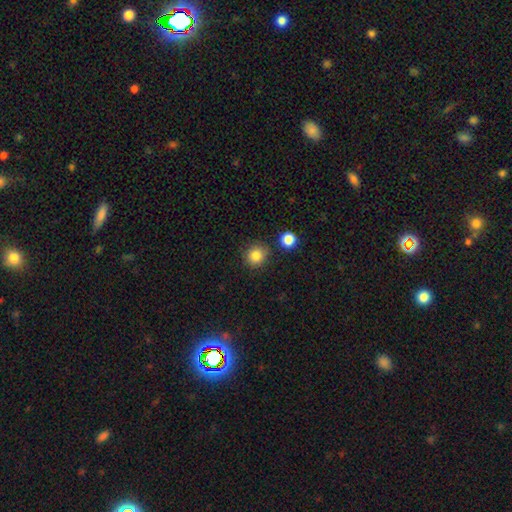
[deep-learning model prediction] Smooth or featured: smooth — 84% (star or artifact — 11%)
How rounded: round — 89% (in between — 10%)
Merging: none — 84% (minor disturbance — 9%)